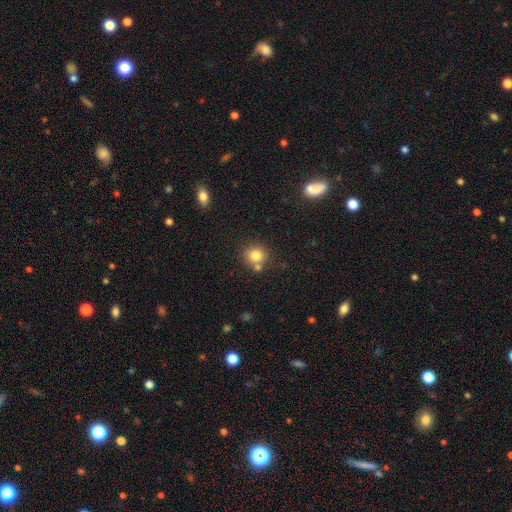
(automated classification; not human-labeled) smooth 80%, star or artifact 11%, featured or disk 9%. Down the decision tree: how rounded — round (82%); merging — none (66%).